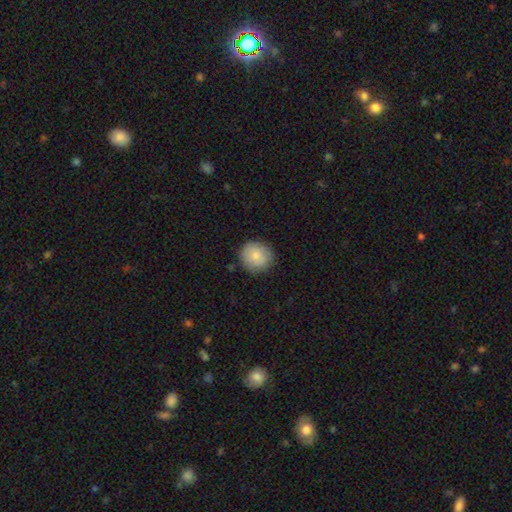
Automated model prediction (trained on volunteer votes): A smooth galaxy with no disk features (84%) that is round (91%).

Vote fractions:
- Smooth or featured? smooth: 84% / featured or disk: 9% / star or artifact: 7%
- How rounded? round: 91% / in between: 9% / cigar-shaped: 1%
- Merging? none: 87% / minor disturbance: 10% / major disturbance: 2% / merger: 1%